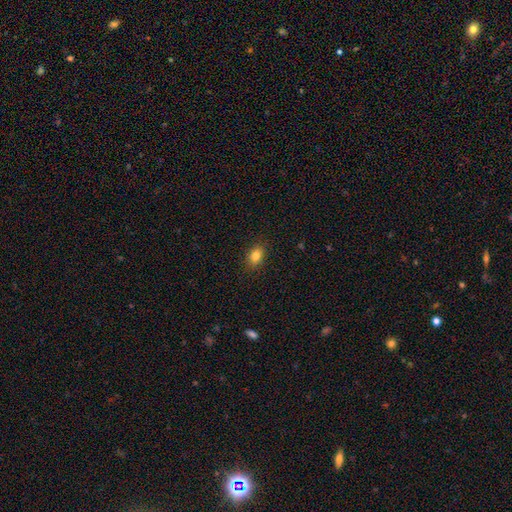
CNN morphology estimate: Smooth or featured? Predicted: smooth (p=0.83). How rounded? Predicted: in between (p=0.72). Merging? Predicted: none (p=0.88).